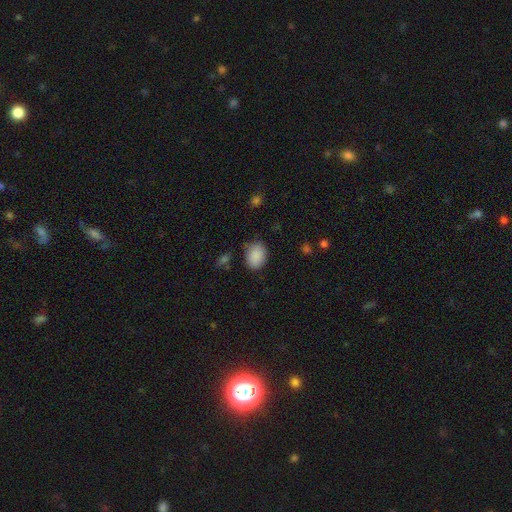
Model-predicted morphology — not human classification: Smooth or featured?
  - smooth: 88% *
  - star or artifact: 8%
  - featured or disk: 4%
How rounded?
  - in between: 68% *
  - round: 32%
  - cigar-shaped: 1%
Merging?
  - none: 73% *
  - minor disturbance: 20%
  - major disturbance: 5%
  - merger: 2%